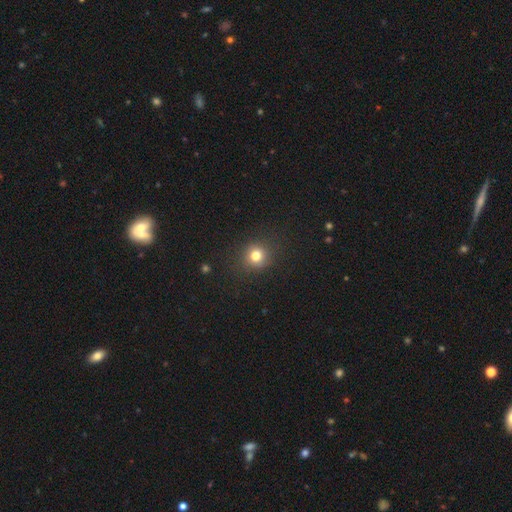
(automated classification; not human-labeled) Smooth or featured? Predicted: smooth (p=0.78). How rounded? Predicted: round (p=0.87). Merging? Predicted: none (p=0.87).